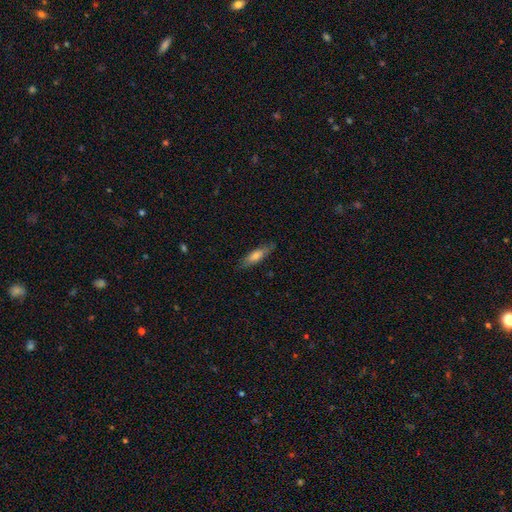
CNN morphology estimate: A smooth galaxy with no disk features (64%) that is cigar-shaped (59%).

Vote fractions:
- Smooth or featured? smooth: 64% / featured or disk: 30% / star or artifact: 7%
- How rounded? cigar-shaped: 59% / in between: 39% / round: 2%
- Merging? none: 80% / minor disturbance: 16% / major disturbance: 3% / merger: 1%